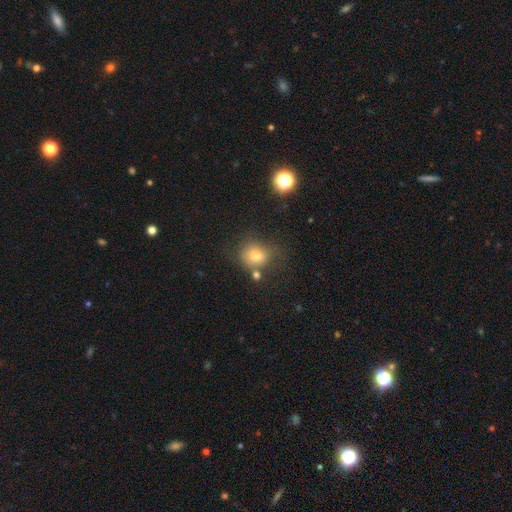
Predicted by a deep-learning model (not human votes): The model was most divided on "merging": none: 58%, minor disturbance: 19%, merger: 14%, major disturbance: 8%. More confident: smooth or featured — smooth (76%); how rounded — round (74%).